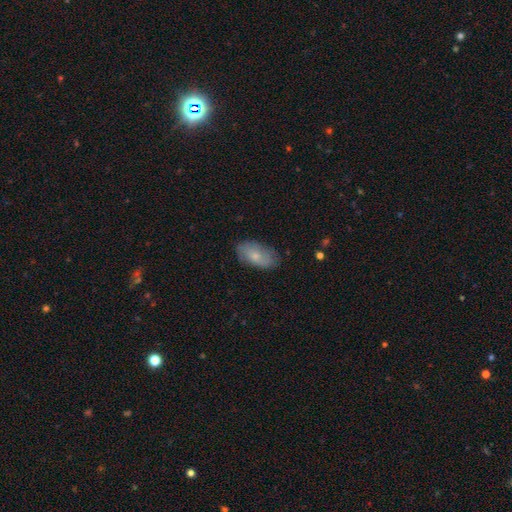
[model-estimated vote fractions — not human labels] This appears to be a smooth galaxy with no disk features (70%) that is in between round and cigar-shaped (92%). Merging: none (77%).